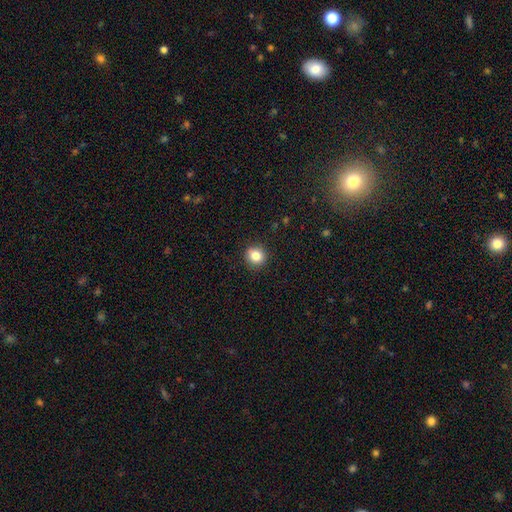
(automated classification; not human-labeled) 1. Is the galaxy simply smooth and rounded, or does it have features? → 84% smooth, 10% star or artifact, 6% featured or disk.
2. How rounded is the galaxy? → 85% round, 14% in between, 1% cigar-shaped.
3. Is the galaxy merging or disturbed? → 90% none, 7% minor disturbance, 2% major disturbance, 1% merger.